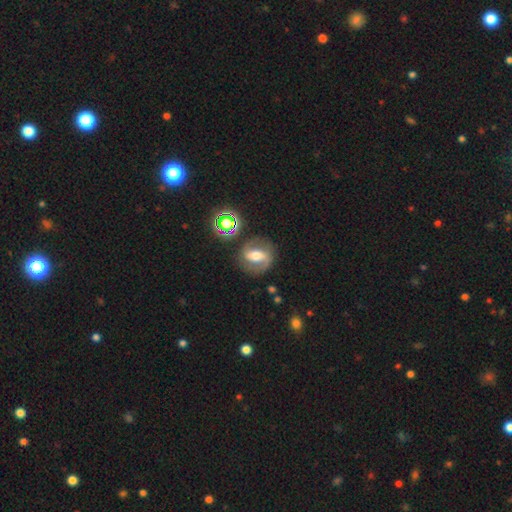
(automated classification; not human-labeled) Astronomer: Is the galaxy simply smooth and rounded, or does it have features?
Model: featured or disk — 78%.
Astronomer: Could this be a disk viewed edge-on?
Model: no — 96%.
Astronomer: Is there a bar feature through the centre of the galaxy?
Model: strong — 48% (runner-up: weak, 35%).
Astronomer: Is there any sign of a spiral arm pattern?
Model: yes — 91%.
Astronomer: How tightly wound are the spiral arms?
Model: medium — 52%.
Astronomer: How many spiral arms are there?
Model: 2 — 89%.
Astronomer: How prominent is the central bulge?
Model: moderate — 67%.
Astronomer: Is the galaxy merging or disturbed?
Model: none — 80%.